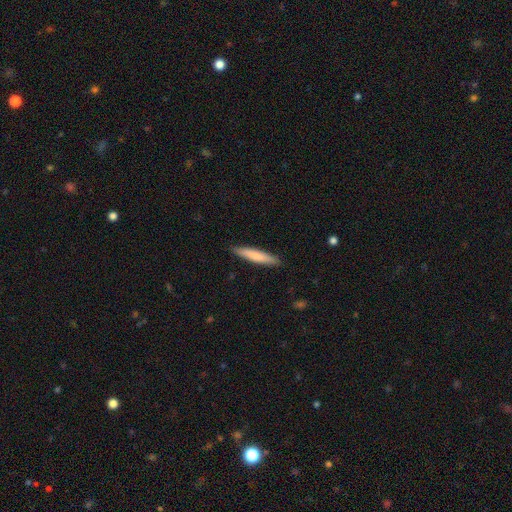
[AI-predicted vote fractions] Smooth or featured? Predicted: smooth (p=0.75). How rounded? Predicted: cigar-shaped (p=0.92). Merging? Predicted: none (p=0.90).